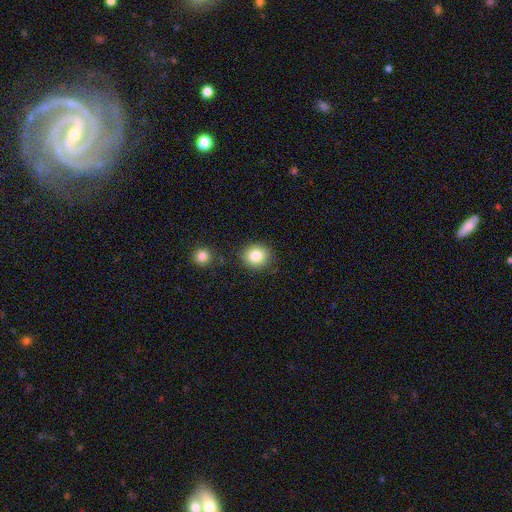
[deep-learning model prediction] smooth-or-featured: smooth: 83% | star or artifact: 10% | featured or disk: 7%
  how-rounded: round: 83% | in between: 17% | cigar-shaped: 1%
  merging: none: 86% | minor disturbance: 8% | merger: 3% | major disturbance: 3%